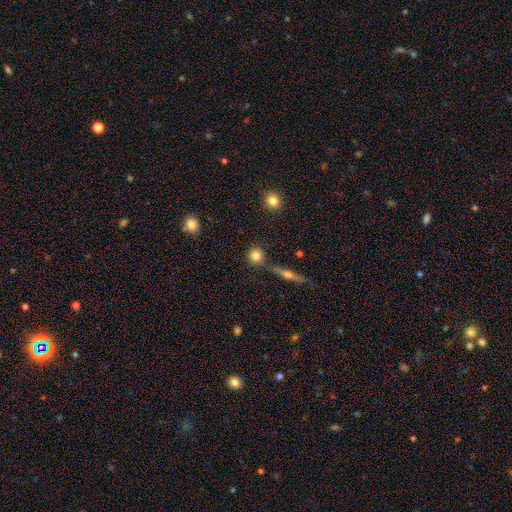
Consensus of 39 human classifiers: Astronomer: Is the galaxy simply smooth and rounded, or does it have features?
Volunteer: smooth — 82%.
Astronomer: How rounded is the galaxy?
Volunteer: round — 97%.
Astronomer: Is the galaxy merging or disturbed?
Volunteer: none — 78%.